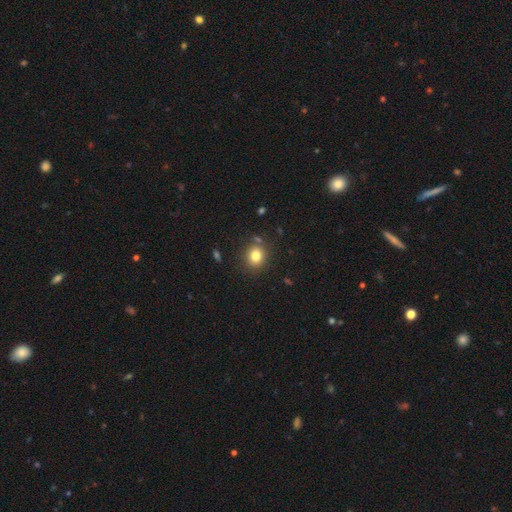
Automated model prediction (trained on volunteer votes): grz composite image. It shows a smooth galaxy with no disk features (80%) that is round (76%). Merging: none (82%).